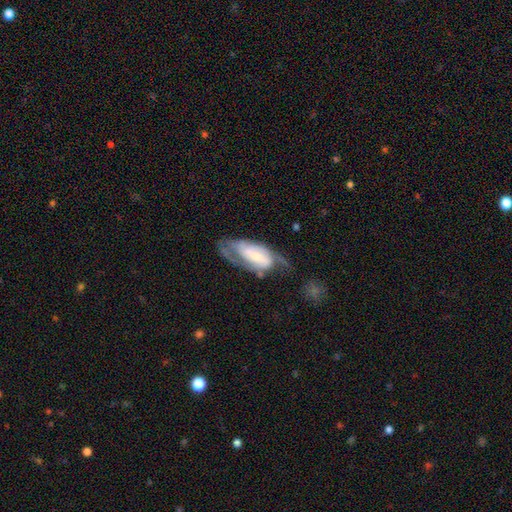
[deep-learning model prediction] A featured or disk galaxy (74%) with a weak bar (38%, tied with no), 2 (71%) medium (45%) spiral arms (86%) and a small central bulge (45%).

Vote fractions:
- Smooth or featured? featured or disk: 74% / smooth: 20% / star or artifact: 6%
- Edge-on disk? no: 93% / yes: 7%
- Bar? weak: 38% (tied) / no: 38% (tied) / strong: 24%
- Spiral arms? yes: 86% / no: 14%
- Spiral winding? medium: 45% / tight: 35% / loose: 21%
- Spiral arm count? 2: 71% / can't tell: 16% / 1: 7% / 3: 3% / 4: 1% / more than 4: 1%
- Bulge size? small: 45% / moderate: 28% / large: 14% / none: 10% / dominant: 3%
- Merging? none: 41% / major disturbance: 28% / minor disturbance: 25% / merger: 5%